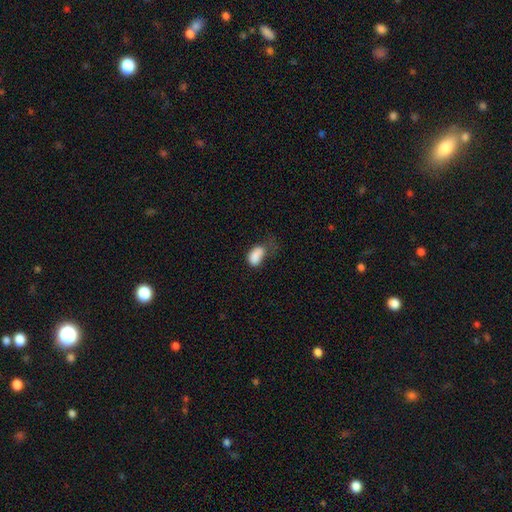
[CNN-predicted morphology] This appears to be a smooth galaxy with no disk features (84%) that is in between round and cigar-shaped (90%). Merging: major disturbance (34%).